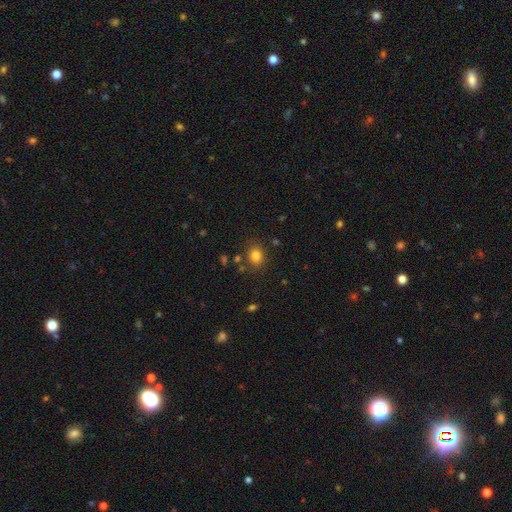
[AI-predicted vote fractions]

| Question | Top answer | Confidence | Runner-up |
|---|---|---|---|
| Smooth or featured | smooth | 81% | star or artifact (12%) |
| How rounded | round | 56% | in between (43%) |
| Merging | none | 81% | minor disturbance (11%) |